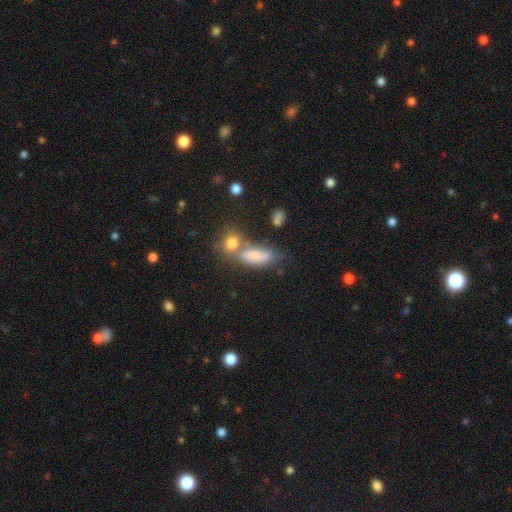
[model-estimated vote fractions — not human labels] This appears to be a smooth galaxy with no disk features (76%) that is in between round and cigar-shaped (71%). Merging: none (38%).